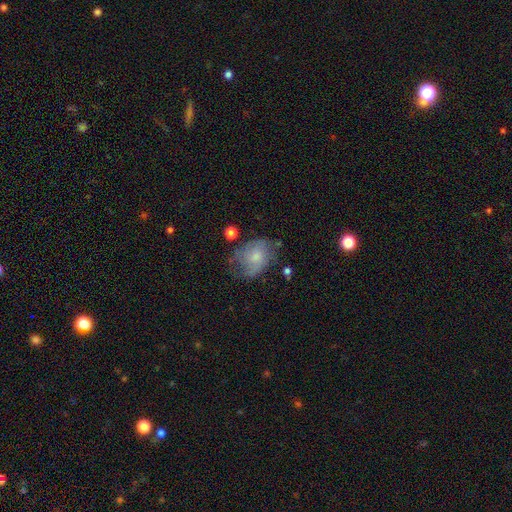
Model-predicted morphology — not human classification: Smooth or featured: smooth — 49% (featured or disk — 42%)
Merging: none — 41% (minor disturbance — 32%)